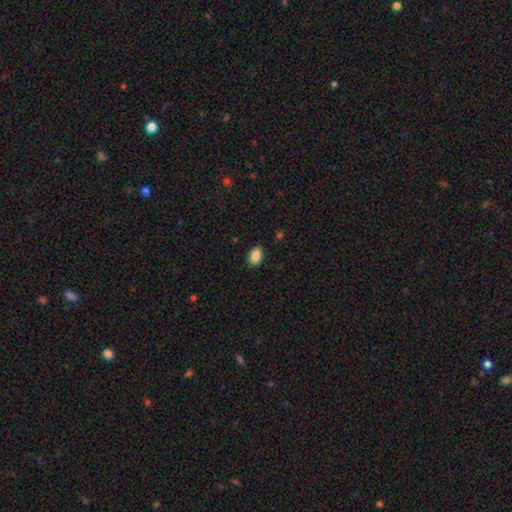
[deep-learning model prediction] Q: Smooth or featured?
A: smooth (87%); runner-up: star or artifact (8%)
Q: How rounded?
A: in between (84%); runner-up: round (14%)
Q: Merging?
A: none (89%); runner-up: minor disturbance (8%)